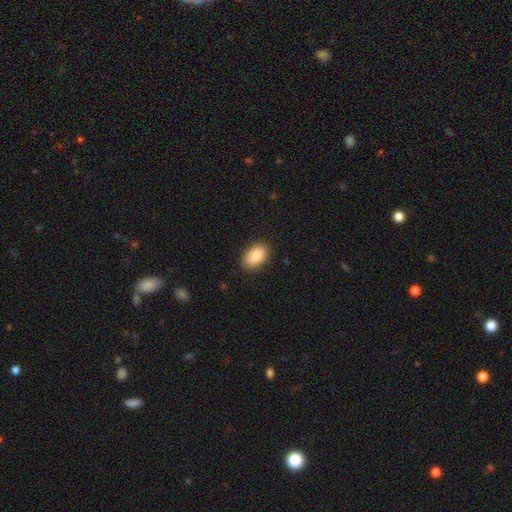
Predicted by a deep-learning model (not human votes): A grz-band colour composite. It shows a smooth galaxy with no disk features (90%) that is in between round and cigar-shaped (92%). Merging: none (87%).